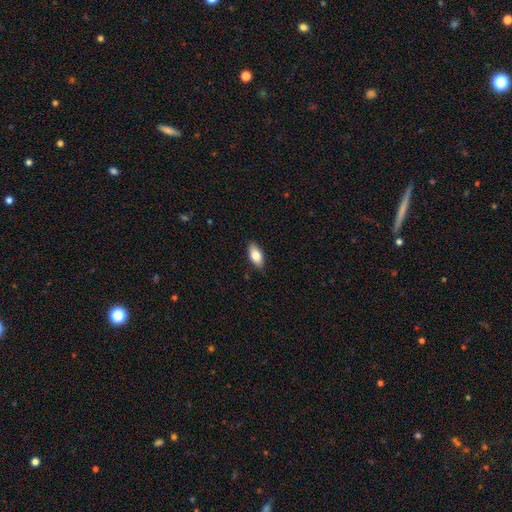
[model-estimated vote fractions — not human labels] smooth-or-featured: smooth: 80% | featured or disk: 14% | star or artifact: 7%
  how-rounded: in between: 89% | cigar-shaped: 8% | round: 3%
  merging: none: 87% | minor disturbance: 10% | major disturbance: 2% | merger: 1%